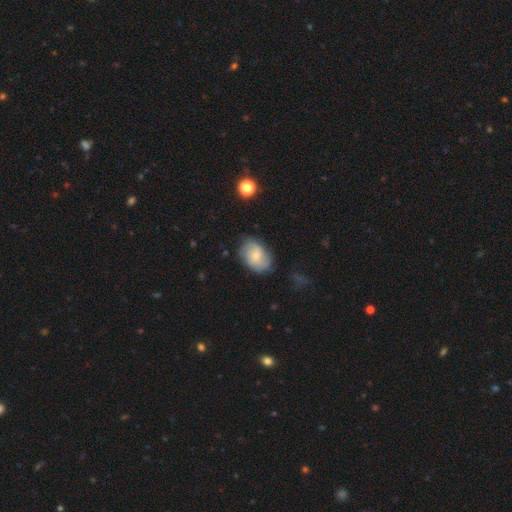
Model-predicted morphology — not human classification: Smooth or featured: smooth — 50% (featured or disk — 42%)
How rounded: in between — 78% (round — 20%)
Merging: none — 73% (minor disturbance — 20%)